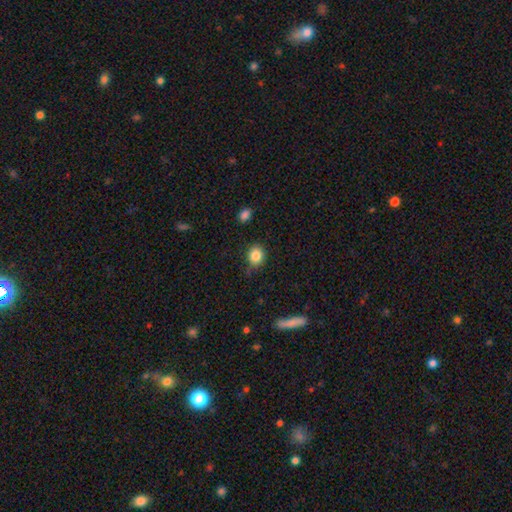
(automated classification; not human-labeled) smooth_or_featured: smooth (p=0.85) [alt: star or artifact p=0.10]
how_rounded: round (p=0.69) [alt: in between p=0.30]
merging: none (p=0.79) [alt: minor disturbance p=0.16]